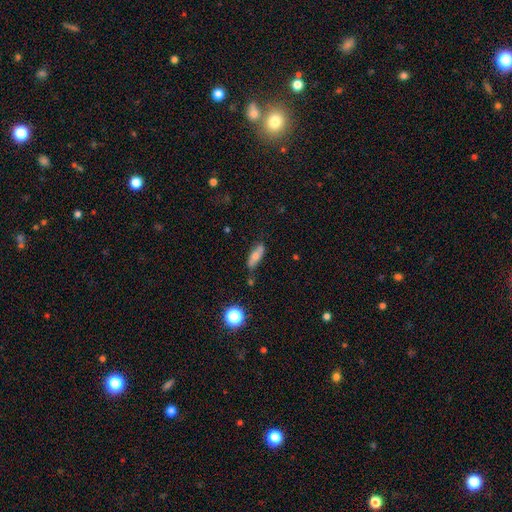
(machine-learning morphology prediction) A smooth galaxy with no disk features (67%) that is in between round and cigar-shaped (64%).

Vote fractions:
- Smooth or featured? smooth: 67% / featured or disk: 24% / star or artifact: 10%
- How rounded? in between: 64% / cigar-shaped: 32% / round: 4%
- Merging? none: 68% / minor disturbance: 22% / merger: 6% / major disturbance: 5%